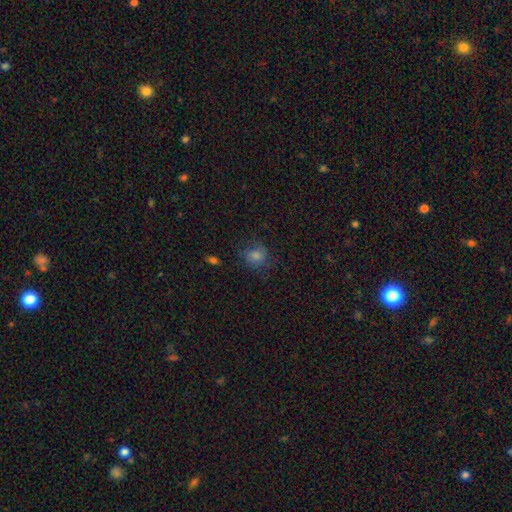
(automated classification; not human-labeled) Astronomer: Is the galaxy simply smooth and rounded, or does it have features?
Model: smooth — 64%.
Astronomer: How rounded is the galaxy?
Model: round — 73%.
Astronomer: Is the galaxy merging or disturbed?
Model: none — 71%.